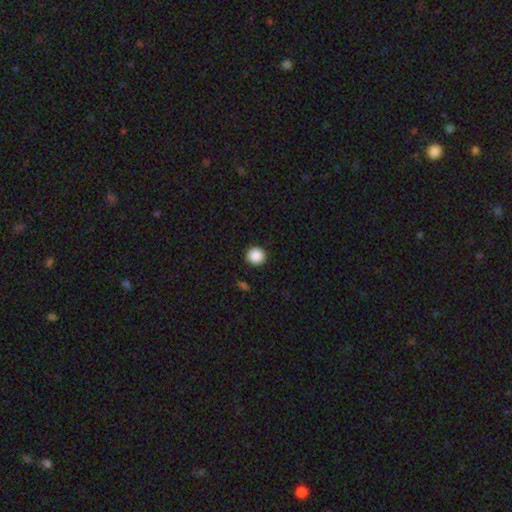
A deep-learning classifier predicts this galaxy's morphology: Smooth or featured? Predicted: smooth (p=0.89). How rounded? Predicted: round (p=0.92). Merging? Predicted: none (p=0.92).